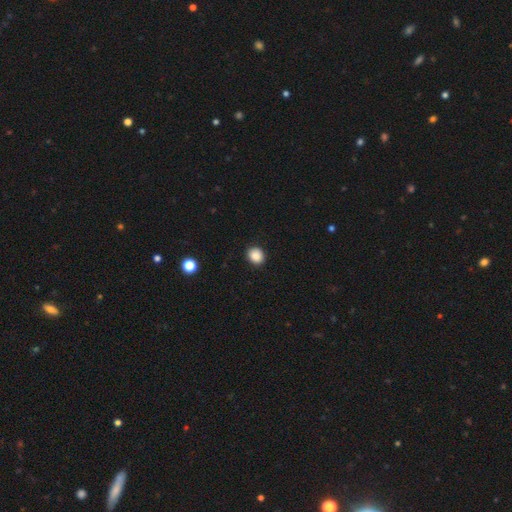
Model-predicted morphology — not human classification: Smooth or featured?
  - smooth: 88% *
  - star or artifact: 9%
  - featured or disk: 3%
How rounded?
  - round: 73% *
  - in between: 27%
  - cigar-shaped: 1%
Merging?
  - none: 90% *
  - minor disturbance: 7%
  - major disturbance: 2%
  - merger: 1%